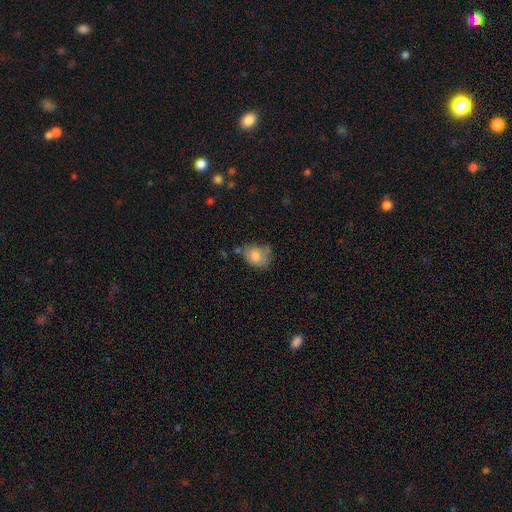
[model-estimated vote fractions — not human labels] smooth-or-featured: smooth: 77% | featured or disk: 15% | star or artifact: 8%
  how-rounded: in between: 61% | round: 38% | cigar-shaped: 1%
  merging: none: 46% | minor disturbance: 32% | major disturbance: 12% | merger: 10%